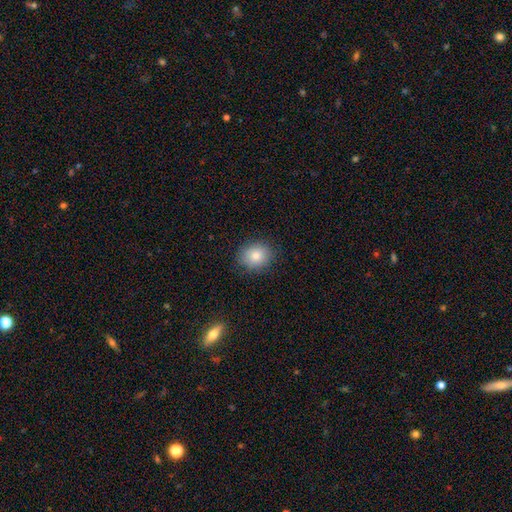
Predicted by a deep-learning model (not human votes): Smooth or featured? smooth (83%)
How rounded? round (62%)
Merging? none (86%)